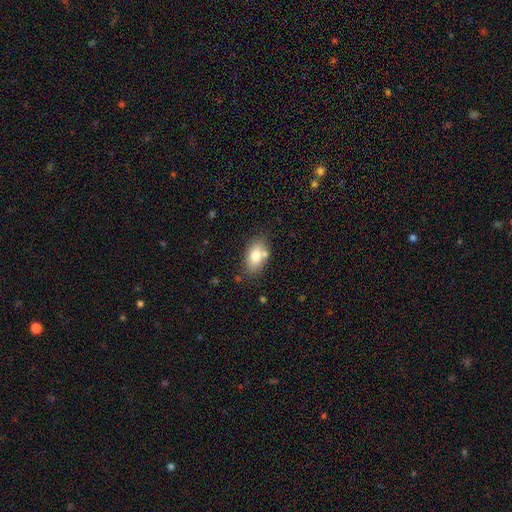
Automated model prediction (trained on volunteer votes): The model was most divided on "merging": none: 69%, minor disturbance: 15%, merger: 12%, major disturbance: 4%. More confident: how rounded — in between (88%); smooth or featured — smooth (77%).